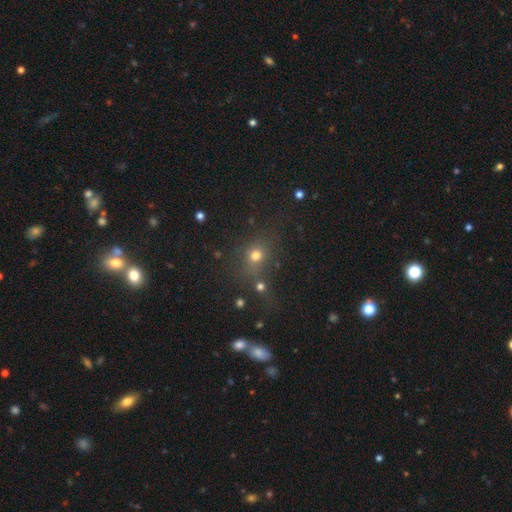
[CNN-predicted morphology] This is likely a smooth galaxy (67%). How rounded: likely round (72%). Merging: likely none (63%).